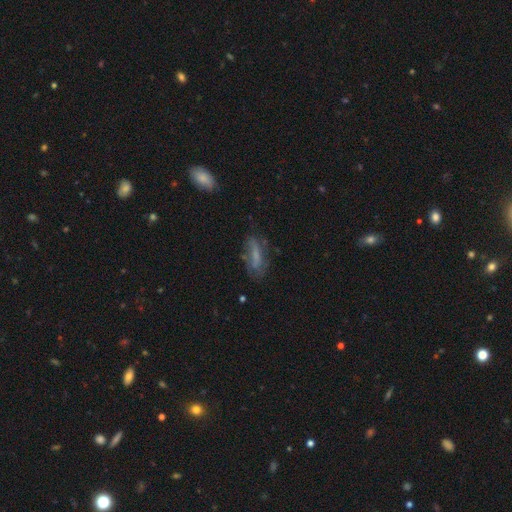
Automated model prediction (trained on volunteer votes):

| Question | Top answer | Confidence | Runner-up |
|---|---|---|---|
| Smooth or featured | smooth | 49% | featured or disk (40%) |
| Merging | none | 57% | minor disturbance (25%) |